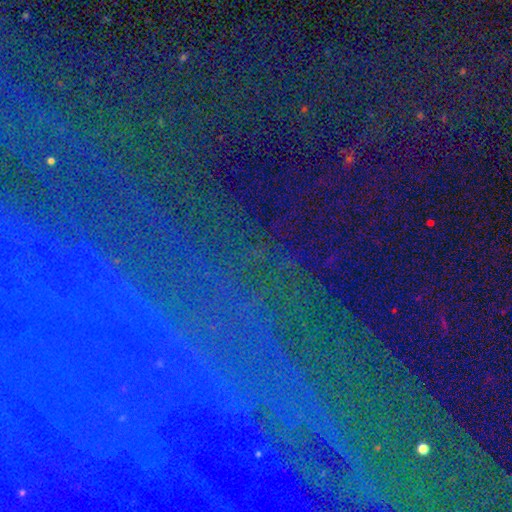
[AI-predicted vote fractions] Morphology: type=star or artifact (81%).